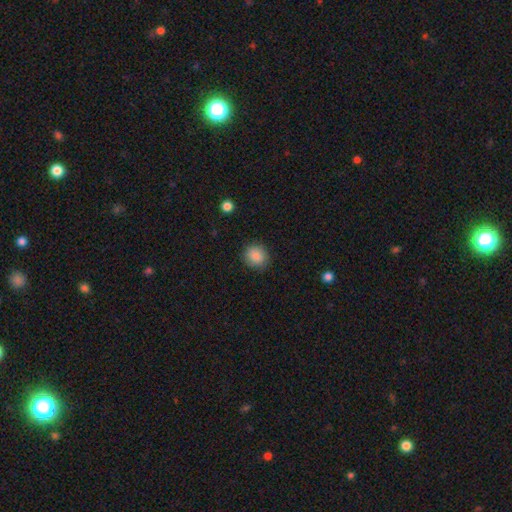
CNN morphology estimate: Smooth or featured: smooth — 87% (star or artifact — 9%)
How rounded: round — 84% (in between — 15%)
Merging: none — 87% (minor disturbance — 9%)